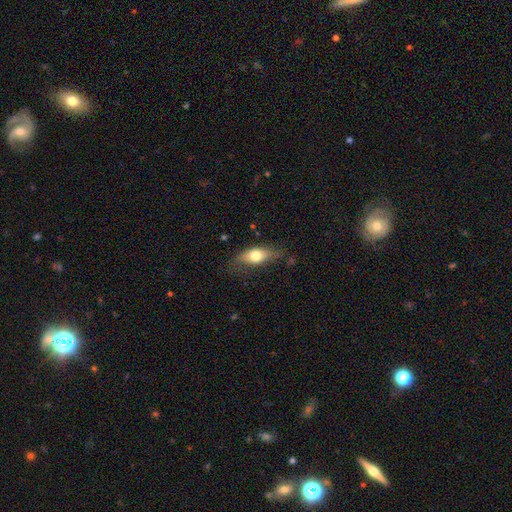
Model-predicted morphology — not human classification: Overall: smooth (69%). How rounded: in between (78%). Merging: none (66%).